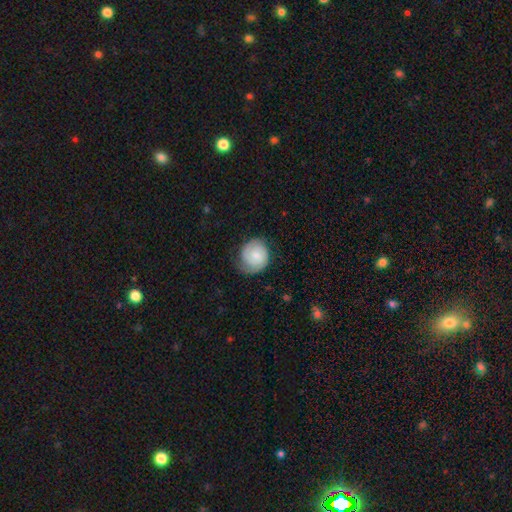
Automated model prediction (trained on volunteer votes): Q: Smooth or featured?
A: featured or disk (50%); runner-up: smooth (43%)
Q: Edge-on disk?
A: no (98%); runner-up: yes (2%)
Q: Merging?
A: none (67%); runner-up: minor disturbance (24%)